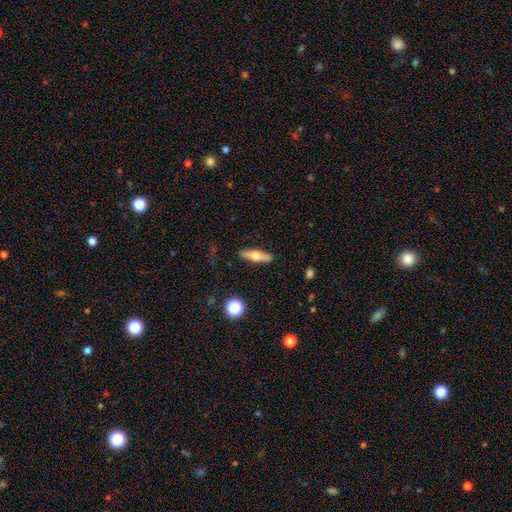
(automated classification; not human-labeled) Smooth or featured? featured or disk (50%)
Merging? none (88%)